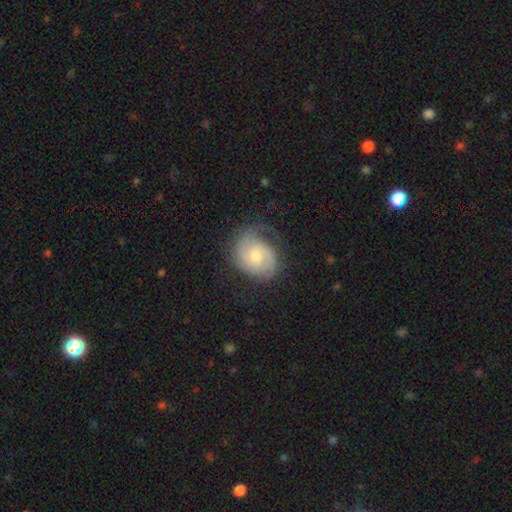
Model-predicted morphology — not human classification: Smooth or featured: featured or disk — 68% (smooth — 26%)
Edge-on disk: no — 97% (yes — 3%)
Bar: no — 65% (weak — 31%)
Spiral arms: yes — 92% (no — 8%)
Spiral winding: tight — 42% (medium — 40%)
Spiral arm count: 2 — 53% (can't tell — 19%)
Bulge size: moderate — 47% (small — 46%)
Merging: none — 58% (minor disturbance — 25%)